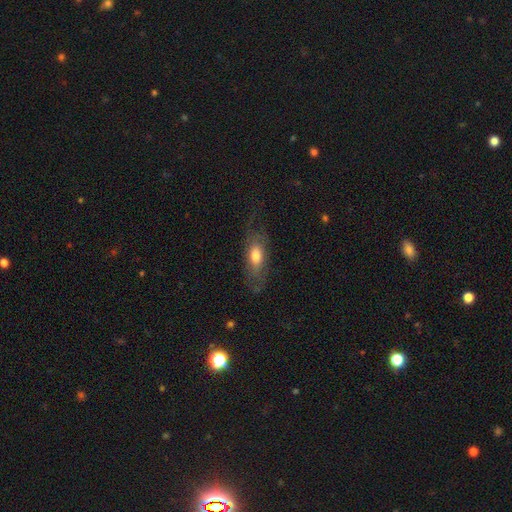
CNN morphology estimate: Smooth or featured?
  - smooth: 53% *
  - featured or disk: 40%
  - star or artifact: 7%
How rounded?
  - in between: 77% *
  - cigar-shaped: 18%
  - round: 5%
Merging?
  - none: 58% *
  - minor disturbance: 22%
  - major disturbance: 19%
  - merger: 2%